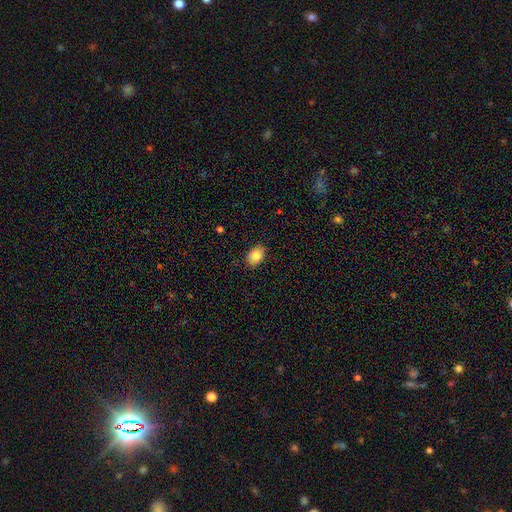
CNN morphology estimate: Smooth or featured: smooth — 84% (star or artifact — 8%)
How rounded: in between — 80% (round — 19%)
Merging: none — 87% (minor disturbance — 10%)